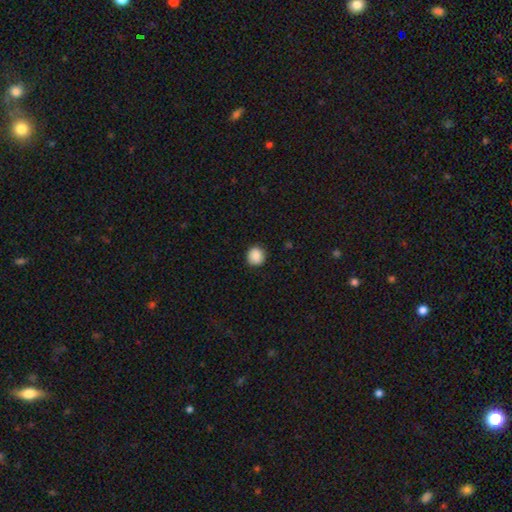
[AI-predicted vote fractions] Morphology: type=smooth (88%); roundness=round (91%); merging=none (90%).